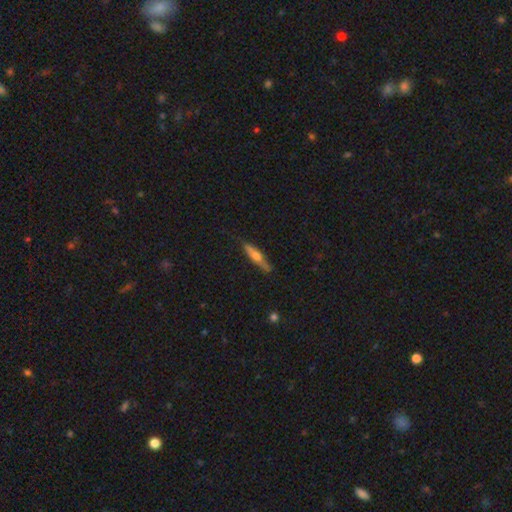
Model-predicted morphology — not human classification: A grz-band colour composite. It shows a featured or disk galaxy (51%) viewed edge-on (93%). Merging: none (81%).